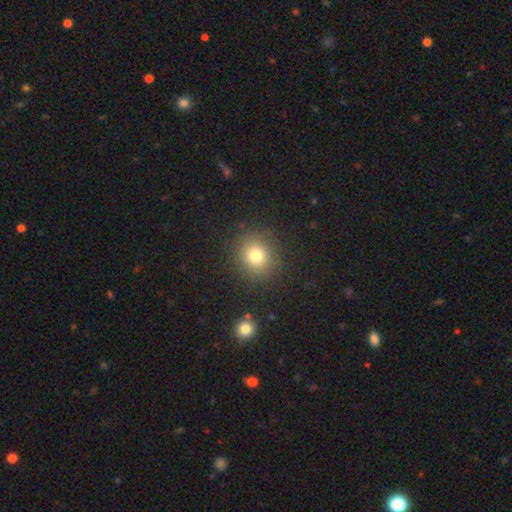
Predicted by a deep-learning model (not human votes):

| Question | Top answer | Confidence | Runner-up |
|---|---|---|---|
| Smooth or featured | smooth | 77% | star or artifact (15%) |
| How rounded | round | 85% | in between (14%) |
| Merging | none | 88% | minor disturbance (7%) |